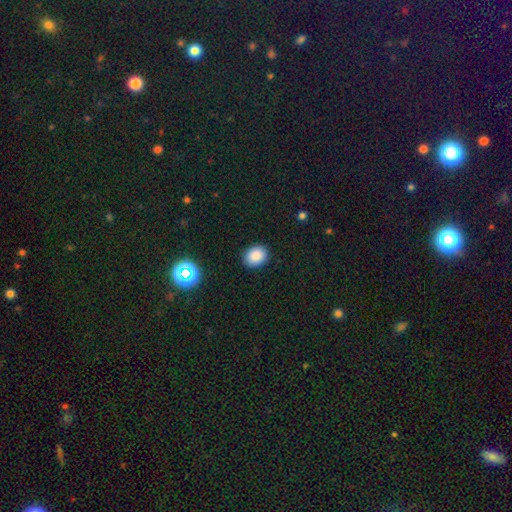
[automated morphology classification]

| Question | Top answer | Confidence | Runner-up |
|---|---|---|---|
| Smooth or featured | smooth | 86% | star or artifact (10%) |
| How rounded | in between | 50% | round (49%) |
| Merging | none | 88% | minor disturbance (9%) |